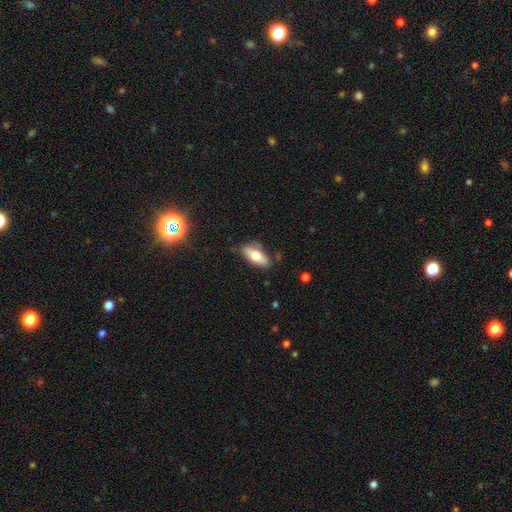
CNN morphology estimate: Smooth or featured? Predicted: smooth (p=0.68). How rounded? Predicted: in between (p=0.76). Merging? Predicted: none (p=0.72).